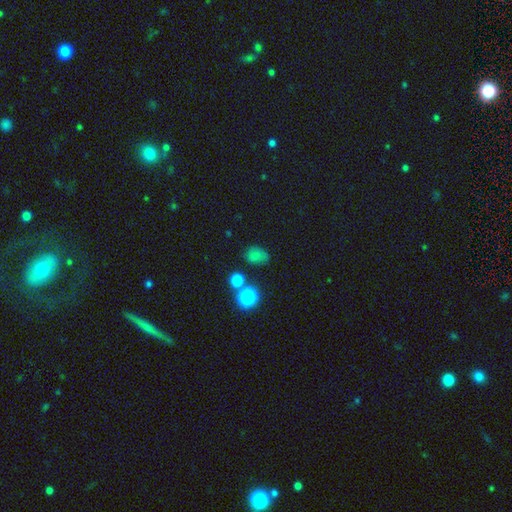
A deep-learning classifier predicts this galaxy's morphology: smooth 70%, star or artifact 21%, featured or disk 8%. Down the decision tree: how rounded — in between (59%); merging — none (65%).